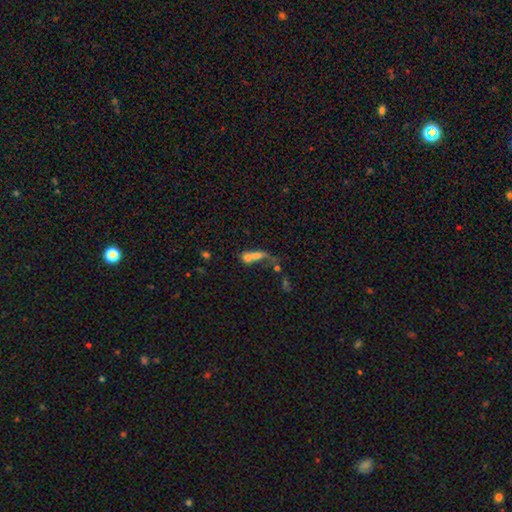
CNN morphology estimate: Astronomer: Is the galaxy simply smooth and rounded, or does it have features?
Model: smooth — 59%.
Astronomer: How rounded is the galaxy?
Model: in between — 52% (runner-up: round, 28%).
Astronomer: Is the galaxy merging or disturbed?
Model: merger — 67%.